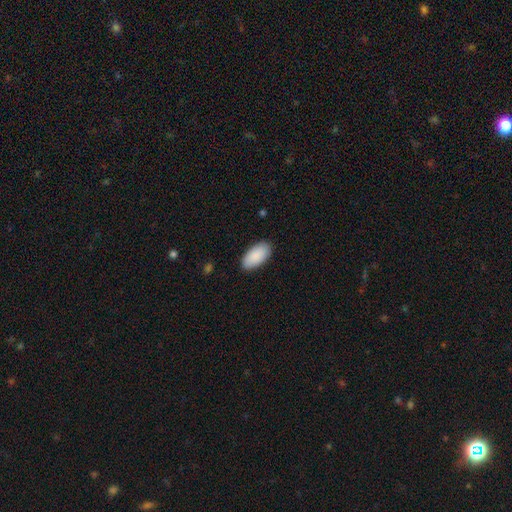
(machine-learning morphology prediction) This is clearly a smooth galaxy (90%). How rounded: clearly in between (95%). Merging: clearly none (87%).